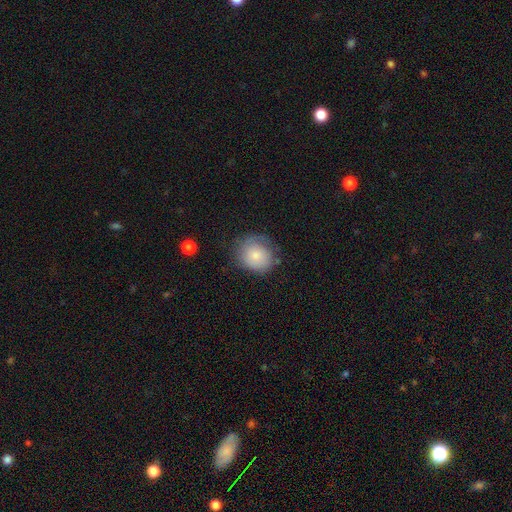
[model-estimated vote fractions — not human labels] Smooth or featured: smooth — 75% (featured or disk — 18%)
How rounded: round — 76% (in between — 23%)
Merging: none — 63% (minor disturbance — 26%)